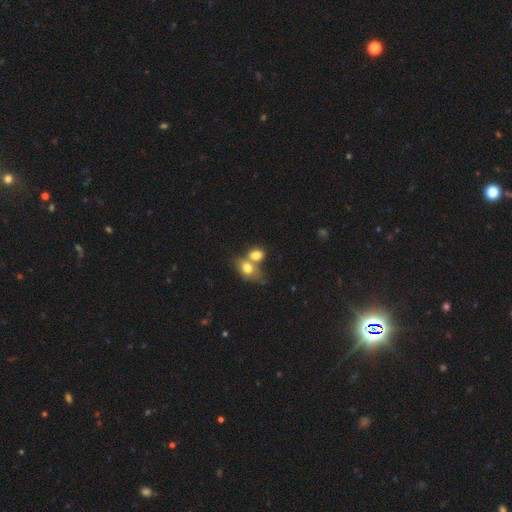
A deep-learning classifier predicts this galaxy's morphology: smooth_or_featured: smooth (p=0.76) [alt: featured or disk p=0.14]
how_rounded: in between (p=0.62) [alt: round p=0.36]
merging: merger (p=0.65) [alt: none p=0.23]